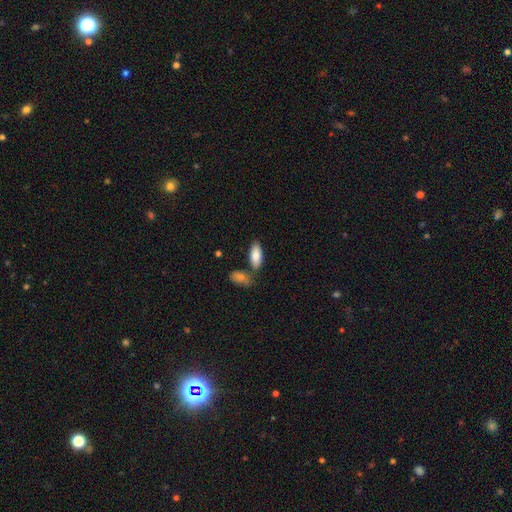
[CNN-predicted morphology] A smooth galaxy with no disk features (84%) that is in between round and cigar-shaped (82%).

Vote fractions:
- Smooth or featured? smooth: 84% / featured or disk: 11% / star or artifact: 5%
- How rounded? in between: 82% / cigar-shaped: 16% / round: 2%
- Merging? none: 70% / merger: 15% / minor disturbance: 12% / major disturbance: 3%